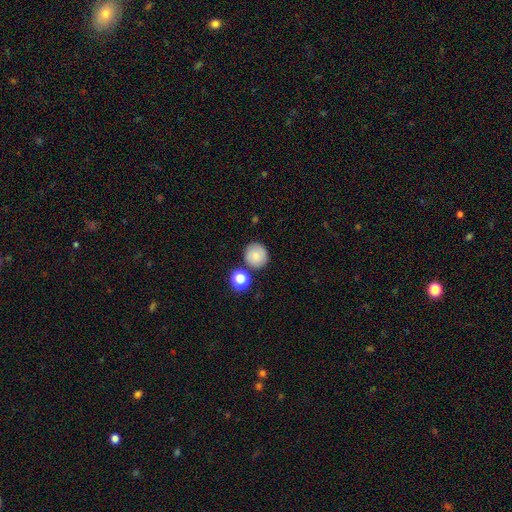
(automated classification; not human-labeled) This is likely a smooth galaxy (79%). How rounded: clearly round (93%). Merging: likely none (79%).